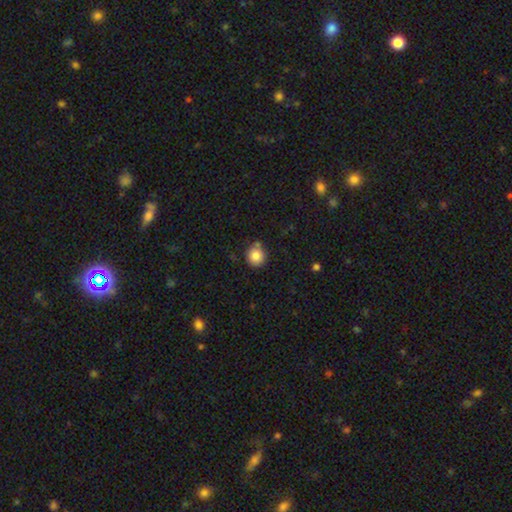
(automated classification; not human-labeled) Overall: smooth (84%). How rounded: round (88%). Merging: none (74%).